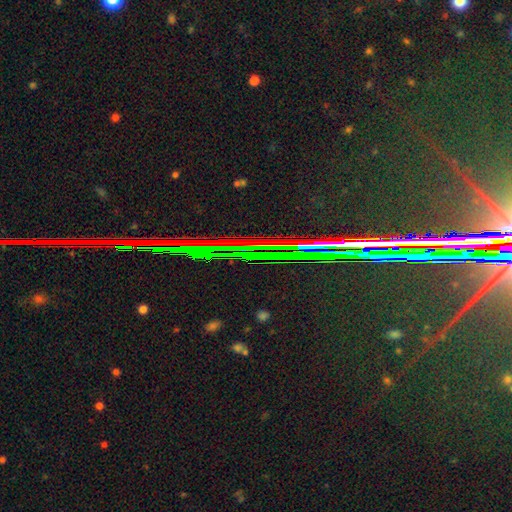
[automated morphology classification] A star or artifact, not a galaxy (84%).

Vote fractions:
- Smooth or featured? star or artifact: 84% / featured or disk: 9% / smooth: 6%